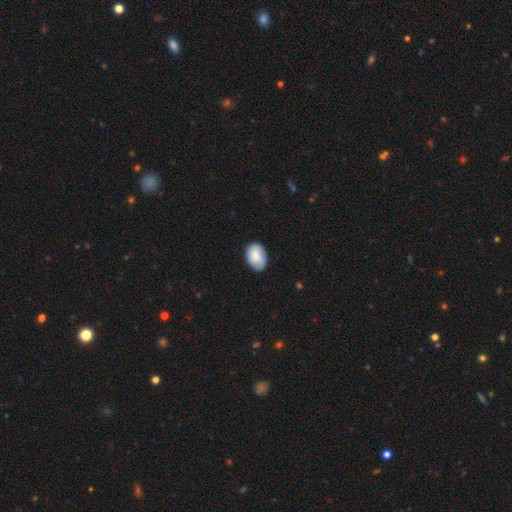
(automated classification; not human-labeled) Smooth or featured?
  - smooth: 79% *
  - featured or disk: 15%
  - star or artifact: 6%
How rounded?
  - in between: 81% *
  - round: 18%
  - cigar-shaped: 1%
Merging?
  - none: 77% *
  - minor disturbance: 19%
  - major disturbance: 3%
  - merger: 1%